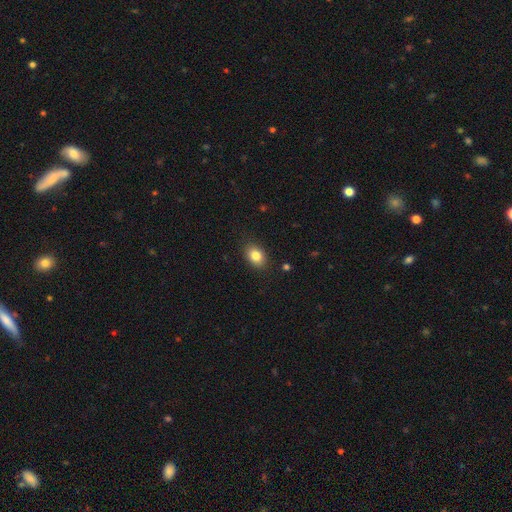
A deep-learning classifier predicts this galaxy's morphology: Smooth or featured? Predicted: smooth (p=0.83). How rounded? Predicted: in between (p=0.75). Merging? Predicted: none (p=0.88).